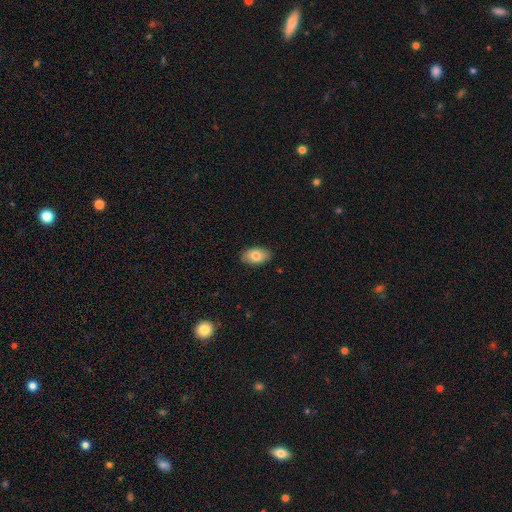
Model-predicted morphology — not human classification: A smooth galaxy with no disk features (81%) that is in between round and cigar-shaped (92%).

Vote fractions:
- Smooth or featured? smooth: 81% / featured or disk: 12% / star or artifact: 7%
- How rounded? in between: 92% / round: 6% / cigar-shaped: 2%
- Merging? none: 89% / minor disturbance: 8% / major disturbance: 2% / merger: 1%